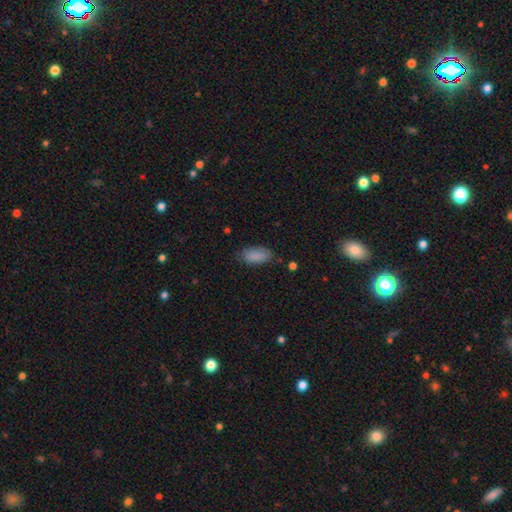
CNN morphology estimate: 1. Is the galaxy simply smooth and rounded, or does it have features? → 88% smooth, 7% star or artifact, 5% featured or disk.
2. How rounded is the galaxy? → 91% in between, 6% cigar-shaped, 3% round.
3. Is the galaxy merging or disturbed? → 76% none, 18% minor disturbance, 4% major disturbance, 1% merger.